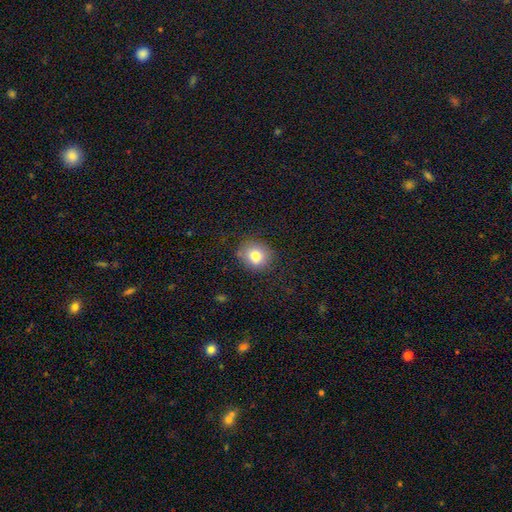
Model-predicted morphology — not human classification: smooth-or-featured: smooth: 78% | star or artifact: 11% | featured or disk: 11%
  how-rounded: round: 76% | in between: 23% | cigar-shaped: 1%
  merging: none: 81% | minor disturbance: 13% | major disturbance: 4% | merger: 2%